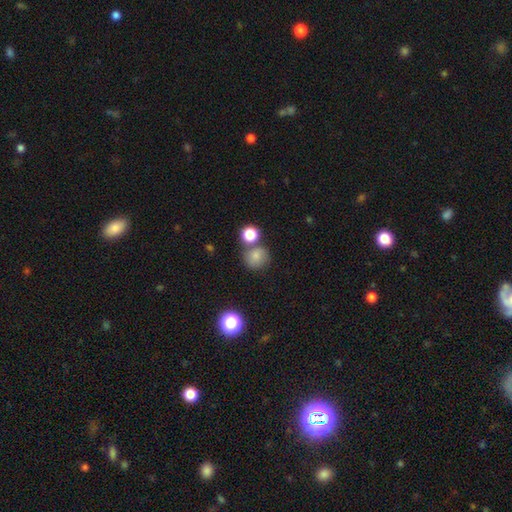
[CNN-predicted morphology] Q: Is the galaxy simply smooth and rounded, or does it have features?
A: smooth — 77%.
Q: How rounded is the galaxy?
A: round — 85%.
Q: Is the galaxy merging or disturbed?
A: none — 63%.